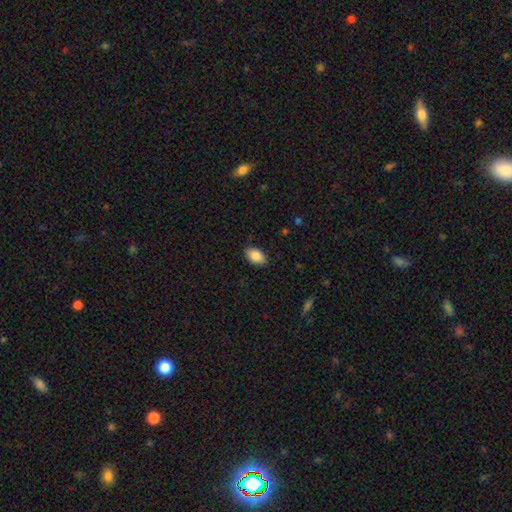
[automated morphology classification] Smooth or featured? smooth (86%)
How rounded? in between (91%)
Merging? none (87%)